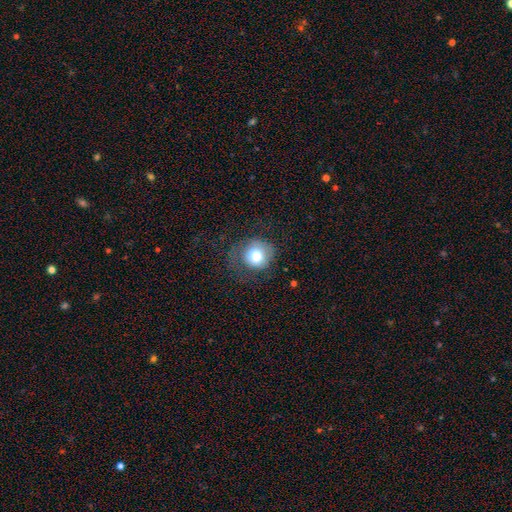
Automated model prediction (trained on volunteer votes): Smooth or featured: smooth — 75% (featured or disk — 16%)
How rounded: round — 86% (in between — 13%)
Merging: none — 58% (minor disturbance — 22%)